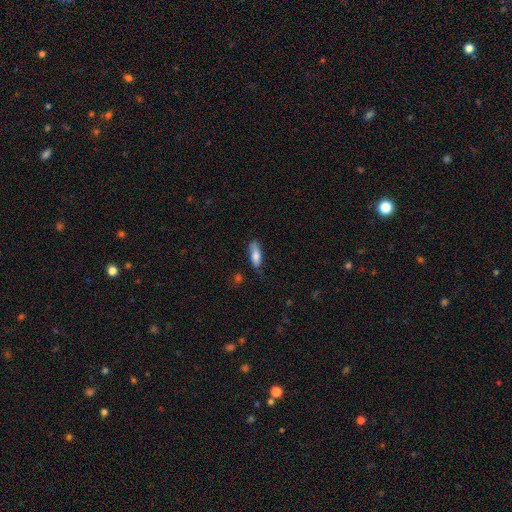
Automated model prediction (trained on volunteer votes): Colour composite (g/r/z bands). It shows a smooth galaxy with no disk features (80%) that is in between round and cigar-shaped (56%). Merging: none (66%).